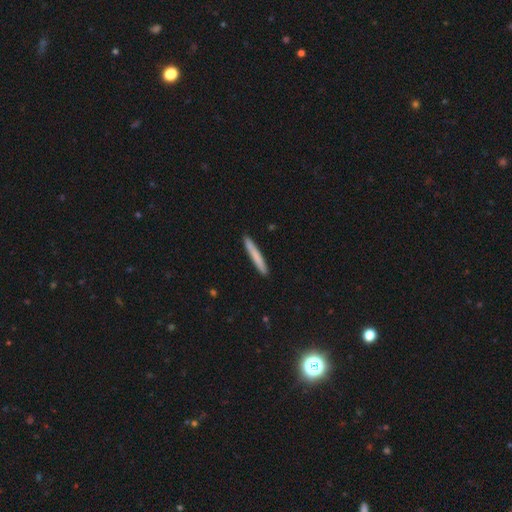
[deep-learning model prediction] smooth-or-featured: smooth: 74% | featured or disk: 20% | star or artifact: 6%
  how-rounded: cigar-shaped: 97% | in between: 2% | round: 1%
  merging: none: 91% | minor disturbance: 6% | major disturbance: 1% | merger: 1%